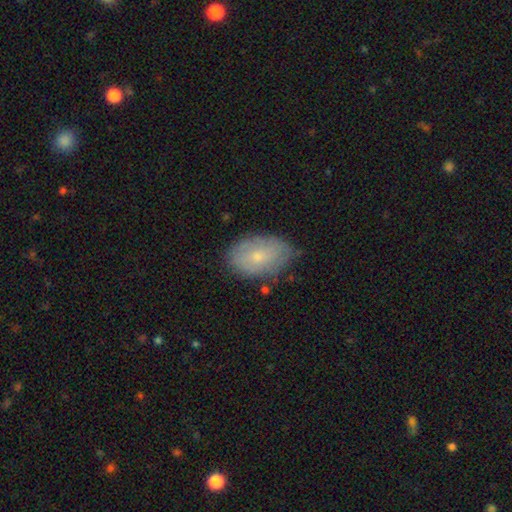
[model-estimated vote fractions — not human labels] Smooth or featured? smooth (60%)
How rounded? in between (88%)
Merging? none (73%)